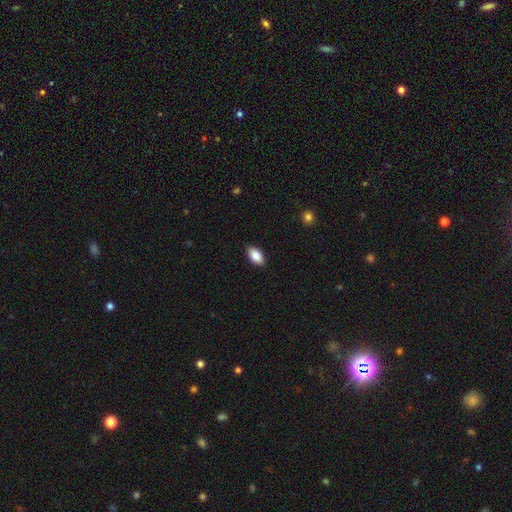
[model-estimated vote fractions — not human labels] Morphology: type=smooth (84%); roundness=in between (93%); merging=none (89%).